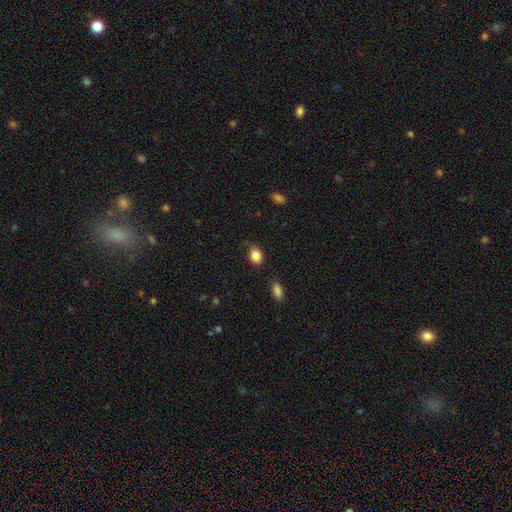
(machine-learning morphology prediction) Smooth or featured?
  - smooth: 85% *
  - star or artifact: 9%
  - featured or disk: 6%
How rounded?
  - in between: 65% *
  - round: 34%
  - cigar-shaped: 1%
Merging?
  - none: 69% *
  - minor disturbance: 24%
  - major disturbance: 5%
  - merger: 2%